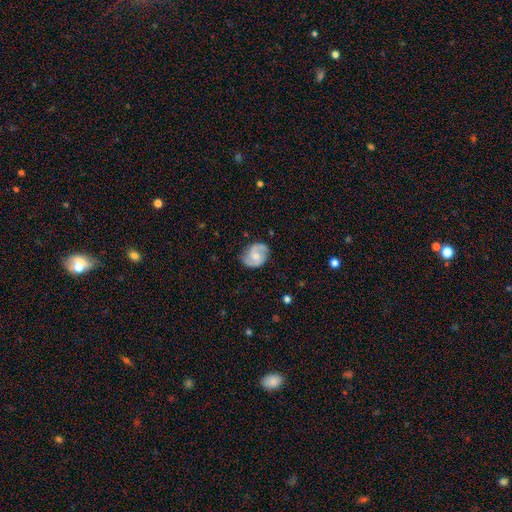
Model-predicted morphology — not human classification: Smooth or featured? featured or disk (76%)
Edge-on disk? no (98%)
Bar? no (51%)
Spiral arms? yes (94%)
Spiral winding? medium (51%)
Spiral arm count? 2 (89%)
Bulge size? moderate (48%)
Merging? none (76%)